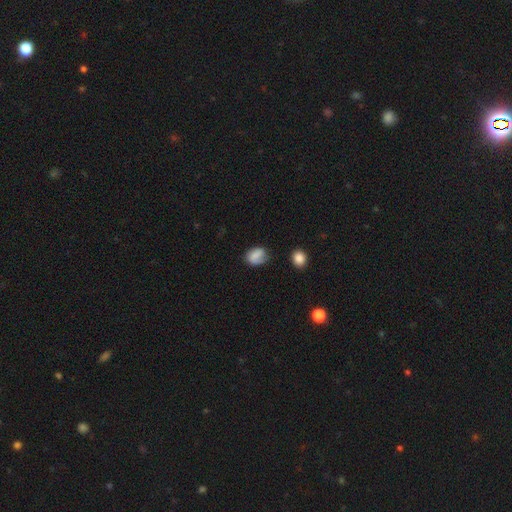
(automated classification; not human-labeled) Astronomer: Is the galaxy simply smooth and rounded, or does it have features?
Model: smooth — 71%.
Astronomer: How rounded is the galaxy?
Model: in between — 63%.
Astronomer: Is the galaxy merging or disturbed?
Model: none — 63%.